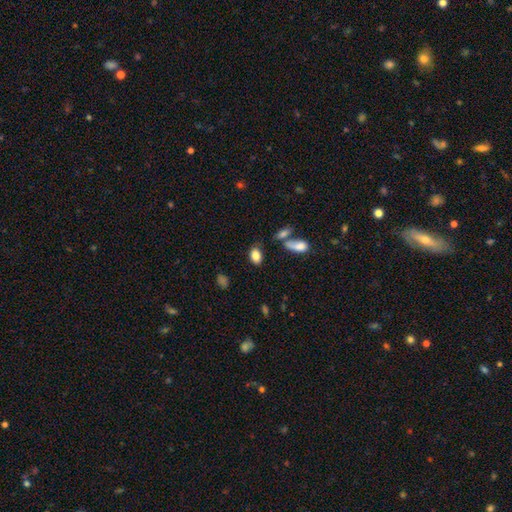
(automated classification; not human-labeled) This appears to be a smooth galaxy with no disk features (83%) that is in between round and cigar-shaped (86%). Merging: none (72%).